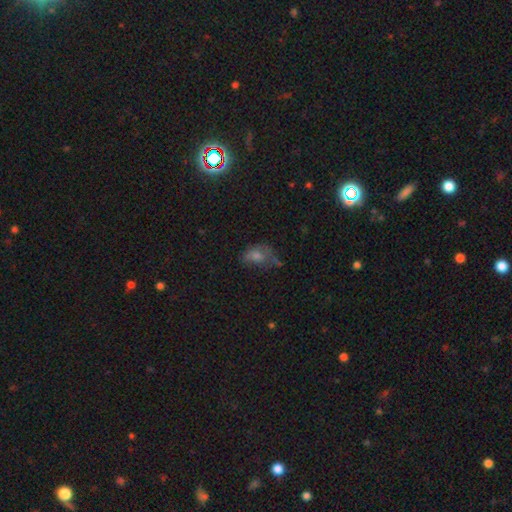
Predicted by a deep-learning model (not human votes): A smooth galaxy with no disk features (54%) that is in between round and cigar-shaped (76%).

Vote fractions:
- Smooth or featured? smooth: 54% / featured or disk: 24% / star or artifact: 22%
- How rounded? in between: 76% / round: 21% / cigar-shaped: 3%
- Merging? none: 34% / major disturbance: 31% / minor disturbance: 28% / merger: 6%